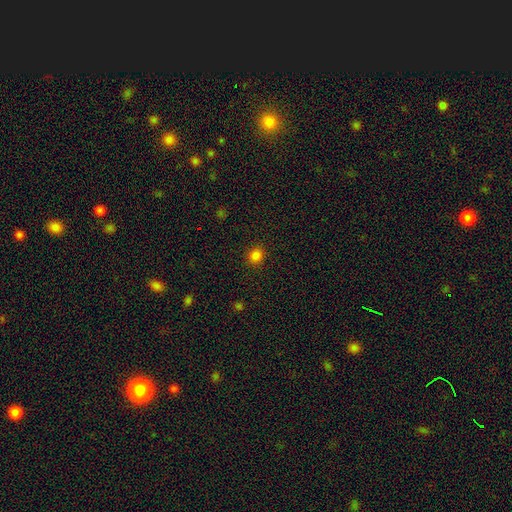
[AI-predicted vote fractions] smooth_or_featured: smooth (p=0.82) [alt: star or artifact p=0.14]
how_rounded: round (p=0.76) [alt: in between p=0.23]
merging: none (p=0.91) [alt: minor disturbance p=0.06]